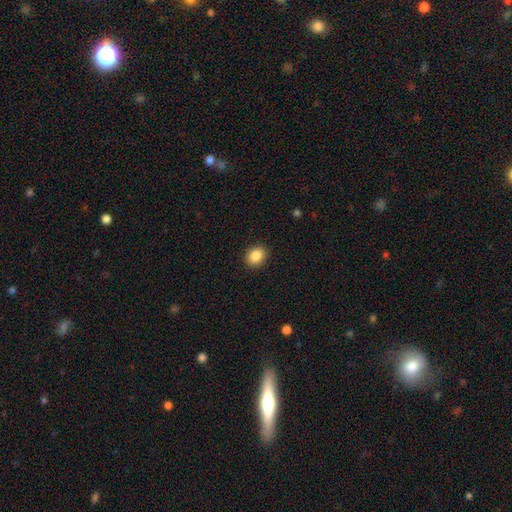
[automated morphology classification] smooth-or-featured: smooth: 86% | star or artifact: 9% | featured or disk: 5%
  how-rounded: round: 55% | in between: 44% | cigar-shaped: 1%
  merging: none: 91% | minor disturbance: 6% | major disturbance: 2% | merger: 1%